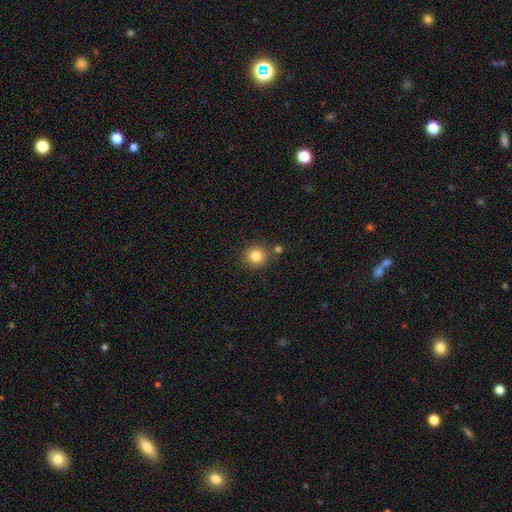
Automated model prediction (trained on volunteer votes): smooth_or_featured: smooth (p=0.83) [alt: star or artifact p=0.11]
how_rounded: round (p=0.91) [alt: in between p=0.08]
merging: none (p=0.78) [alt: merger p=0.09]